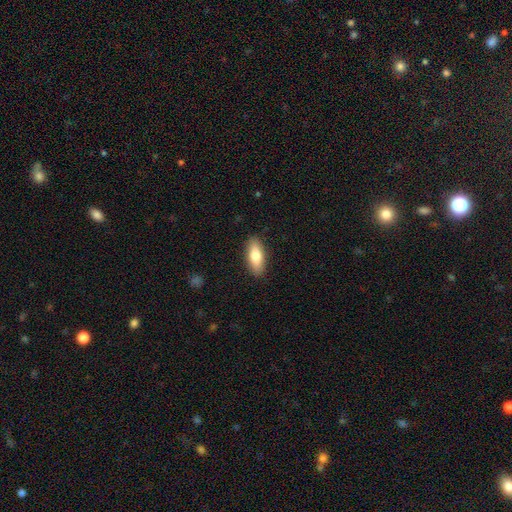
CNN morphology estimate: smooth 80%, featured or disk 14%, star or artifact 6%. Down the decision tree: how rounded — in between (74%); merging — none (89%).